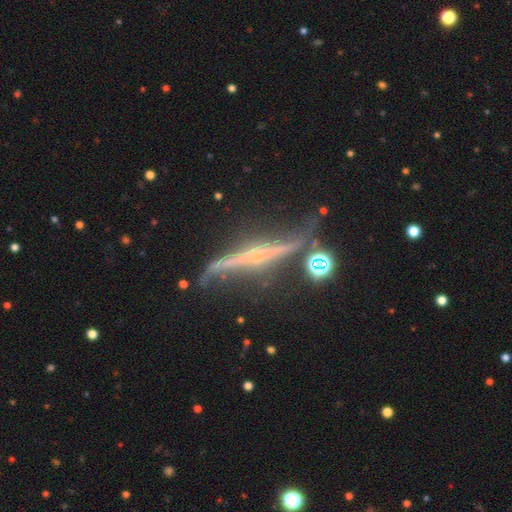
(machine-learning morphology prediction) The model was most divided on "merging": none: 64%, minor disturbance: 21%, major disturbance: 8%, merger: 7%. More confident: edge-on disk — yes (91%); smooth or featured — featured or disk (86%); edge-on bulge — rounded (77%).